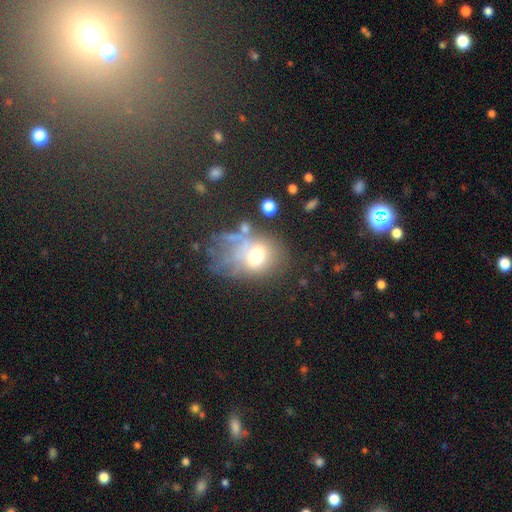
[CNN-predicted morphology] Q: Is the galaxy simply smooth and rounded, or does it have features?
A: smooth — 55%.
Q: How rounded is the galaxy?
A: round — 51%.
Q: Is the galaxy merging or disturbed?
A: major disturbance — 35%.